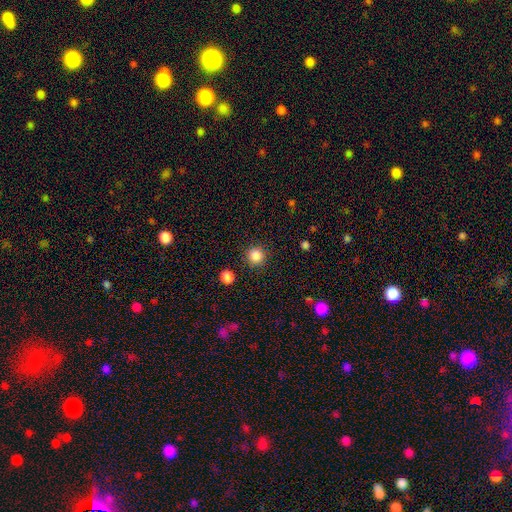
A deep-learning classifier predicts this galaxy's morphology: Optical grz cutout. It shows a smooth galaxy with no disk features (86%) that is round (94%). Merging: none (90%).